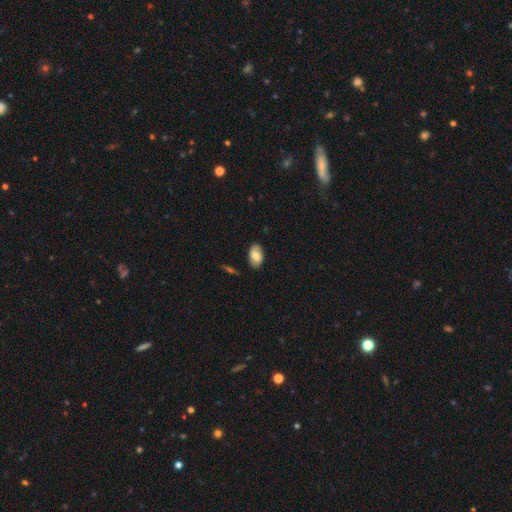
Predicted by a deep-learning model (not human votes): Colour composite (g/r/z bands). It shows a smooth galaxy with no disk features (73%) that is in between round and cigar-shaped (93%). Merging: none (81%).